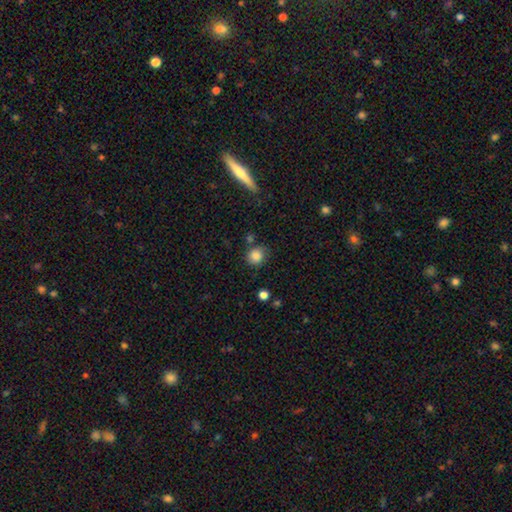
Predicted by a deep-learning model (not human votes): This appears to be a smooth galaxy with no disk features (85%) that is round (85%). Merging: none (75%).